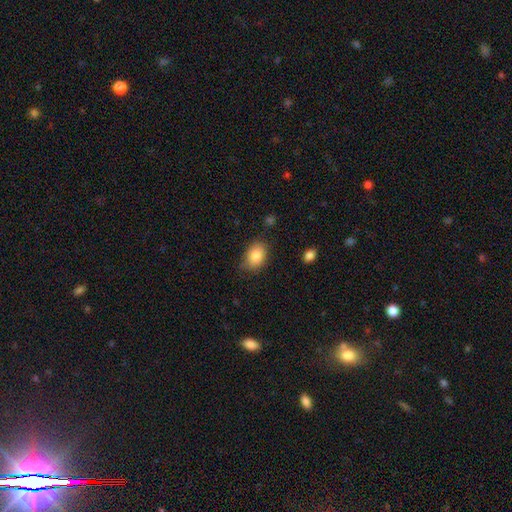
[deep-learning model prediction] Morphology: type=smooth (86%); roundness=in between (77%); merging=none (75%).